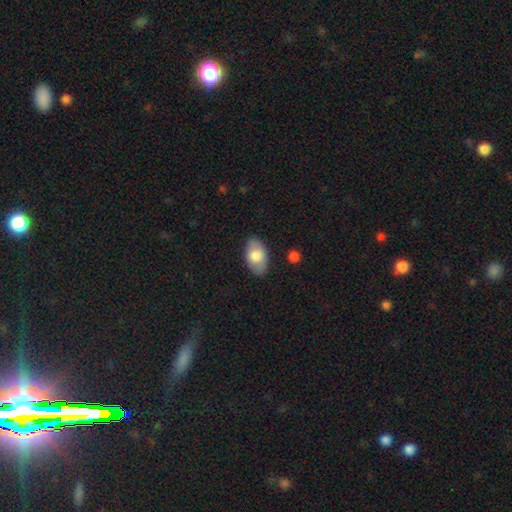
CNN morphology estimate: smooth_or_featured: smooth (p=0.75) [alt: featured or disk p=0.19]
how_rounded: in between (p=0.93) [alt: round p=0.05]
merging: none (p=0.84) [alt: minor disturbance p=0.12]